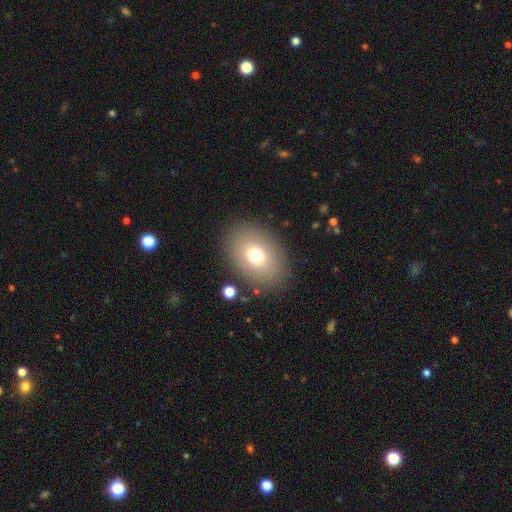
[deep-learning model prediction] smooth-or-featured: smooth: 73% | featured or disk: 17% | star or artifact: 10%
  how-rounded: in between: 77% | round: 22% | cigar-shaped: 1%
  merging: none: 85% | minor disturbance: 9% | major disturbance: 4% | merger: 2%